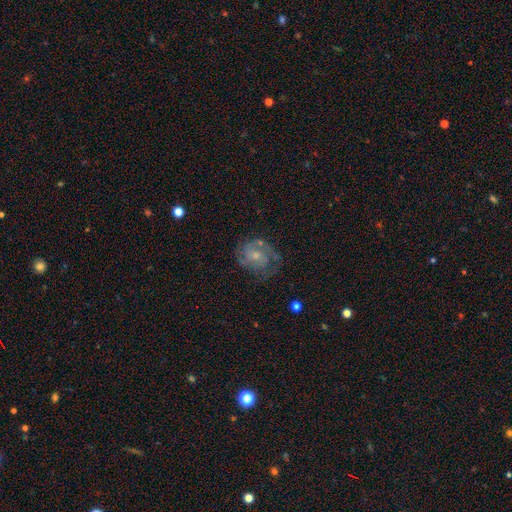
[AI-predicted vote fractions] smooth-or-featured: featured or disk: 75% | smooth: 18% | star or artifact: 7%
  disk-edge-on: no: 98% | yes: 2%
    bar: no: 66% | weak: 30% | strong: 4%
    has-spiral-arms: yes: 89% | no: 11%
      spiral-winding: tight: 50% | medium: 39% | loose: 11%
      spiral-arm-count: 2: 49% | can't tell: 25% | 3: 13% | 1: 6% | 4: 3% | more than 4: 3%
    bulge-size: small: 54% | moderate: 38% | none: 5% | large: 2% | dominant: 1%
  merging: none: 63% | minor disturbance: 22% | major disturbance: 13% | merger: 2%